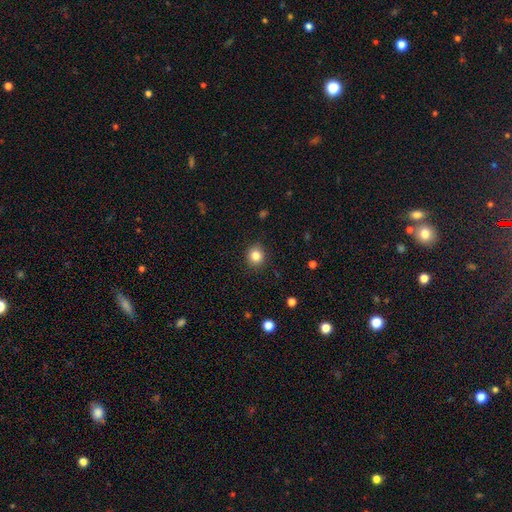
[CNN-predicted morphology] Smooth or featured?
  - smooth: 83% *
  - star or artifact: 11%
  - featured or disk: 6%
How rounded?
  - round: 86% *
  - in between: 13%
  - cigar-shaped: 1%
Merging?
  - none: 89% *
  - minor disturbance: 7%
  - major disturbance: 2%
  - merger: 1%